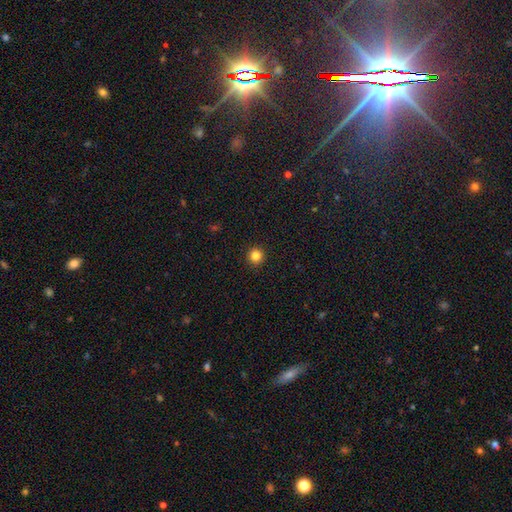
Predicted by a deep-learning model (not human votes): Smooth or featured? Predicted: smooth (p=0.84). How rounded? Predicted: round (p=0.95). Merging? Predicted: none (p=0.93).